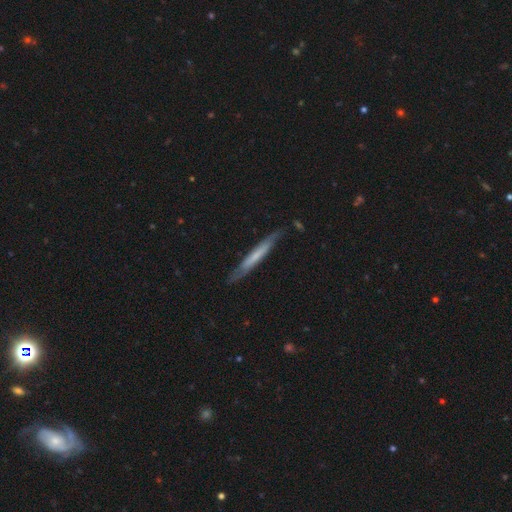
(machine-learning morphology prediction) smooth-or-featured: featured or disk: 48% | smooth: 47% | star or artifact: 5%
  merging: none: 80% | minor disturbance: 15% | major disturbance: 3% | merger: 2%